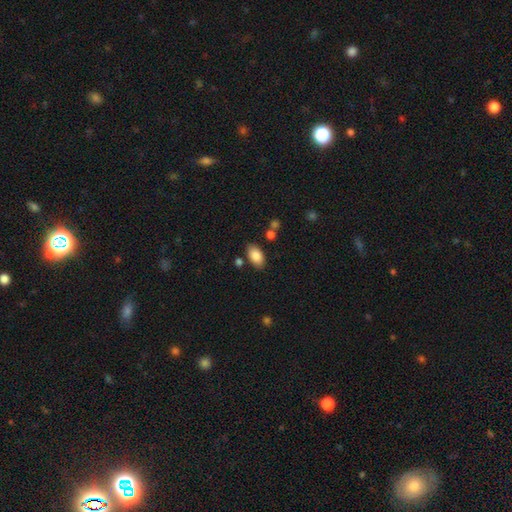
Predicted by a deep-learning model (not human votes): Smooth or featured?
  - smooth: 86% *
  - star or artifact: 7%
  - featured or disk: 6%
How rounded?
  - in between: 93% *
  - round: 5%
  - cigar-shaped: 2%
Merging?
  - none: 80% *
  - minor disturbance: 12%
  - merger: 5%
  - major disturbance: 3%